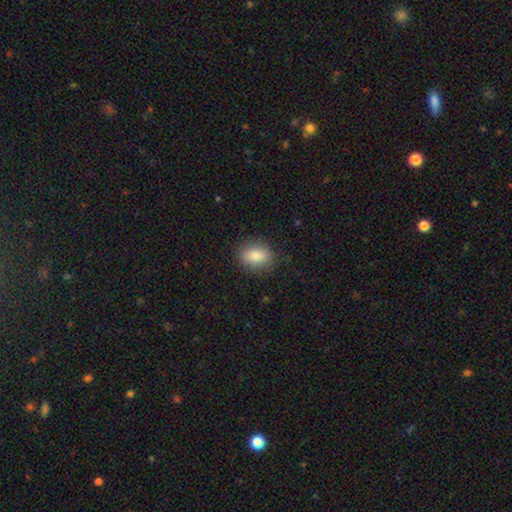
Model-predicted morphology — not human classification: smooth 86%, star or artifact 8%, featured or disk 6%. Down the decision tree: how rounded — in between (64%); merging — none (85%).